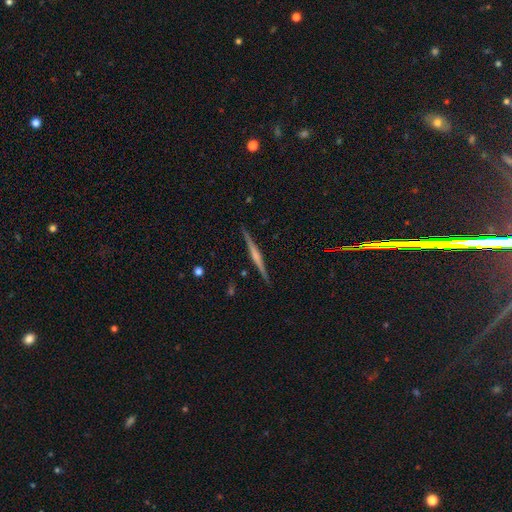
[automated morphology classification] type=featured or disk (75%); edge-on=yes (98%); edge-on bulge=rounded (50%); merging=none (91%).